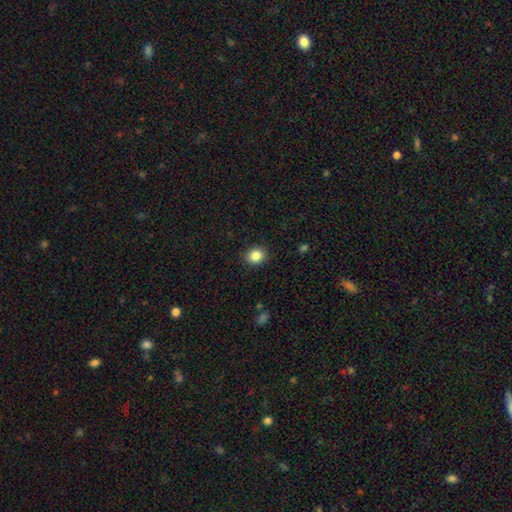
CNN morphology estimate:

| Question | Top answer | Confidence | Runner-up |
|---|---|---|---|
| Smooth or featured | smooth | 85% | star or artifact (10%) |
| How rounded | round | 71% | in between (28%) |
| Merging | none | 90% | minor disturbance (7%) |